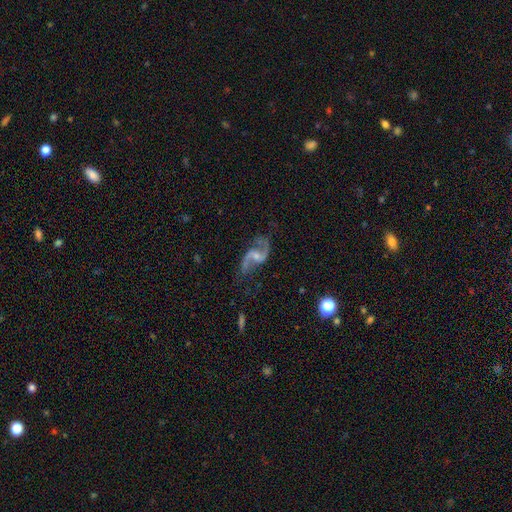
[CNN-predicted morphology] Smooth or featured? Predicted: featured or disk (p=0.90). Edge-on disk? Predicted: no (p=0.98). Bar? Predicted: weak (p=0.44, tied with no). Spiral arms? Predicted: yes (p=0.97). Spiral winding? Predicted: loose (p=0.71). Spiral arm count? Predicted: 2 (p=0.93). Bulge size? Predicted: small (p=0.56). Merging? Predicted: none (p=0.72).